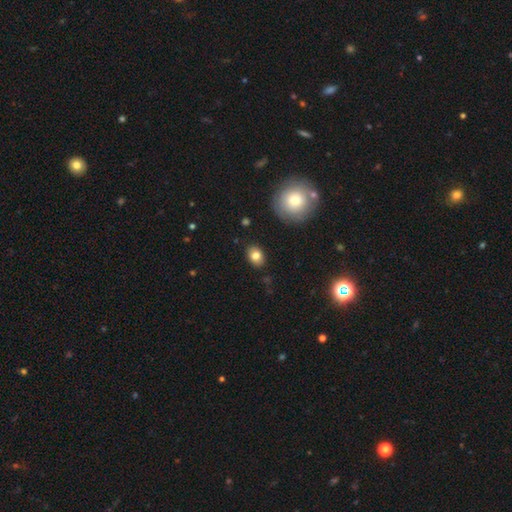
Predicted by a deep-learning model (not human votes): Smooth or featured? Predicted: smooth (p=0.81). How rounded? Predicted: in between (p=0.70). Merging? Predicted: none (p=0.88).